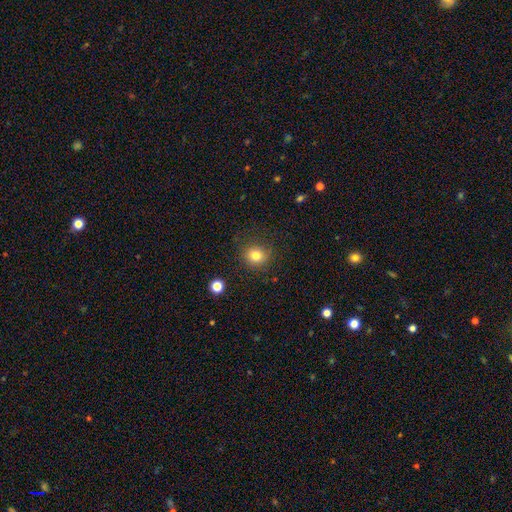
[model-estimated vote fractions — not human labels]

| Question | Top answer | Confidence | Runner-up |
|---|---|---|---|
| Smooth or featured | smooth | 81% | star or artifact (12%) |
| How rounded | round | 85% | in between (14%) |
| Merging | none | 85% | minor disturbance (10%) |